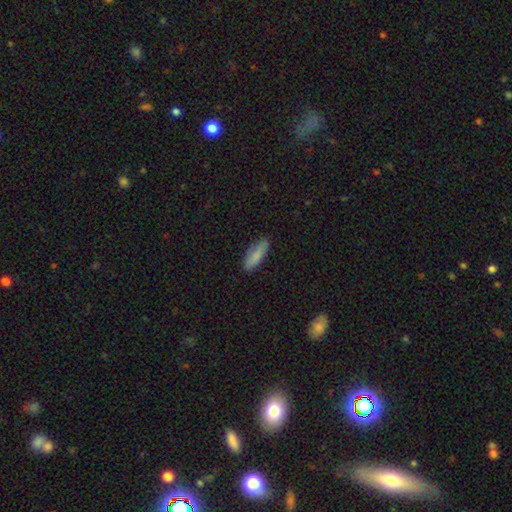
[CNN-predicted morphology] This appears to be a smooth galaxy with no disk features (85%) that is in between round and cigar-shaped (58%). Merging: none (86%).